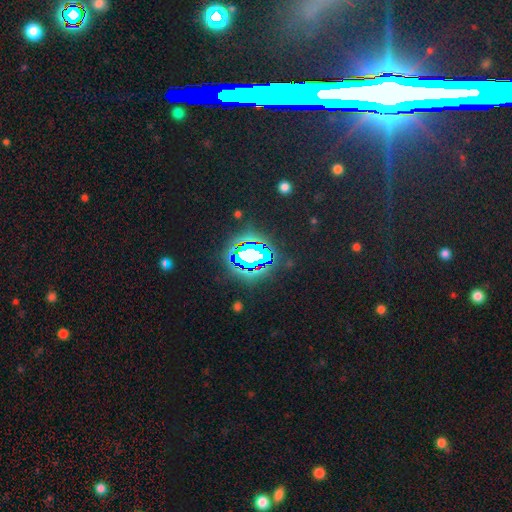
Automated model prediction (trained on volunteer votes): Smooth or featured: star or artifact — 74% (smooth — 15%)